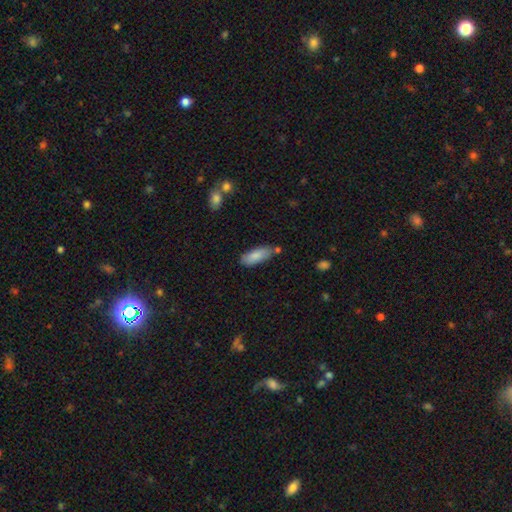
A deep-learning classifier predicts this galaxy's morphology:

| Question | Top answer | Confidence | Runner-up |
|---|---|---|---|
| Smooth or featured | smooth | 85% | featured or disk (9%) |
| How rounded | in between | 71% | cigar-shaped (27%) |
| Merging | none | 70% | minor disturbance (18%) |